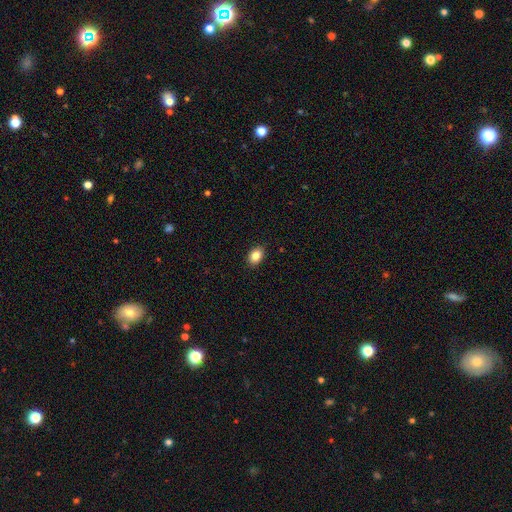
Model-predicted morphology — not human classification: A smooth galaxy with no disk features (85%) that is in between round and cigar-shaped (72%).

Vote fractions:
- Smooth or featured? smooth: 85% / star or artifact: 9% / featured or disk: 6%
- How rounded? in between: 72% / round: 27% / cigar-shaped: 1%
- Merging? none: 89% / minor disturbance: 9% / major disturbance: 2% / merger: 1%